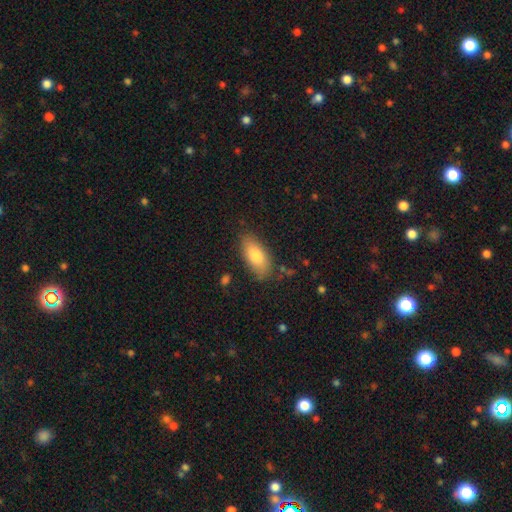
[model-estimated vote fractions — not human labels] This is clearly a smooth galaxy (80%). How rounded: clearly in between (87%). Merging: clearly none (81%).